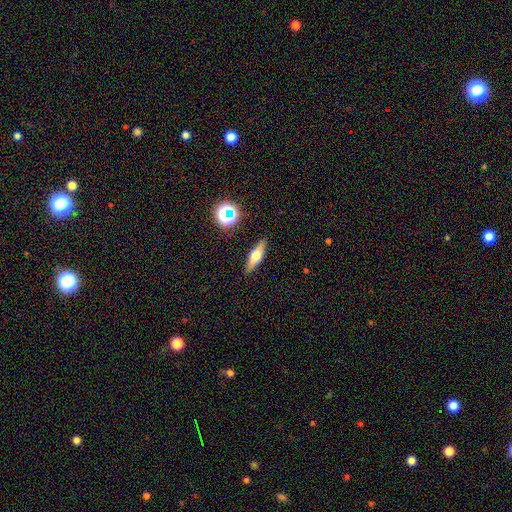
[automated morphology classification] Smooth or featured: featured or disk — 50% (smooth — 41%)
Merging: none — 88% (minor disturbance — 8%)